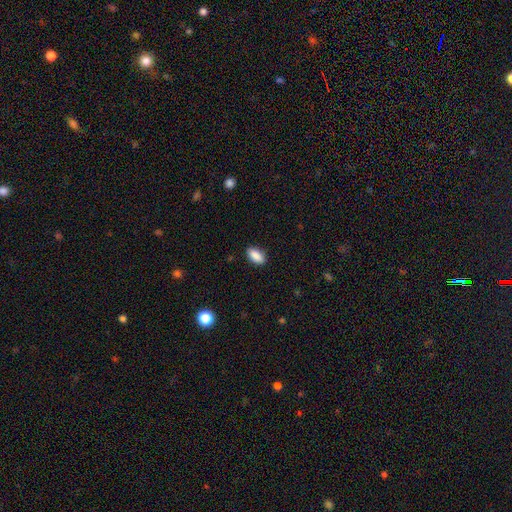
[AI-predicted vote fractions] Smooth or featured? smooth (88%)
How rounded? in between (91%)
Merging? none (87%)